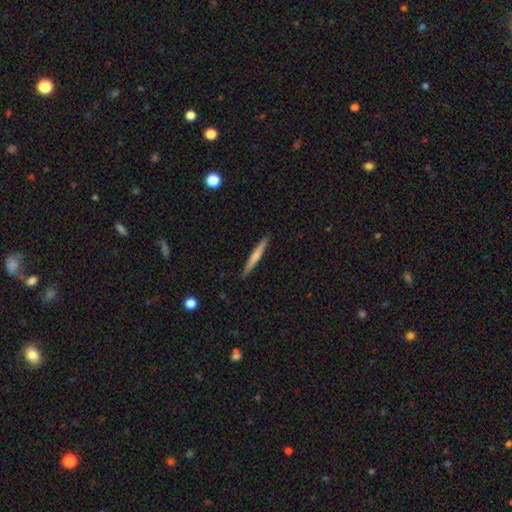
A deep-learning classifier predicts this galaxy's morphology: The model was most divided on "smooth or featured": smooth: 56%, featured or disk: 39%, star or artifact: 5%. More confident: how rounded — cigar-shaped (96%); merging — none (90%).